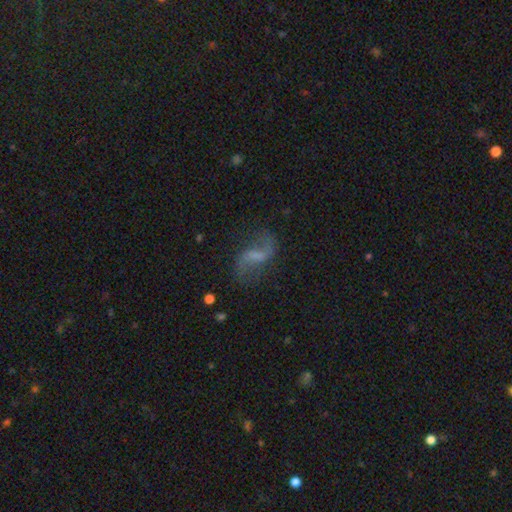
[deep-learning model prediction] A featured or disk galaxy (79%) with a weak bar (51%), 2 (92%) loose (83%) spiral arms (93%) and no central bulge (50%). Merging: none (73%).